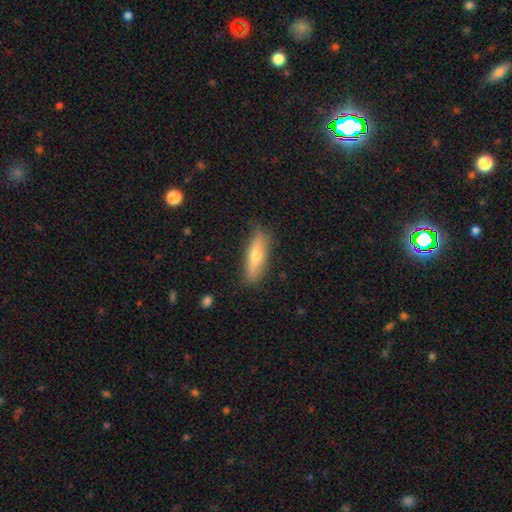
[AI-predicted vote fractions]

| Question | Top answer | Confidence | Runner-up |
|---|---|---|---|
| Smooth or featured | smooth | 57% | featured or disk (37%) |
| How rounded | cigar-shaped | 62% | in between (36%) |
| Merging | none | 82% | minor disturbance (14%) |